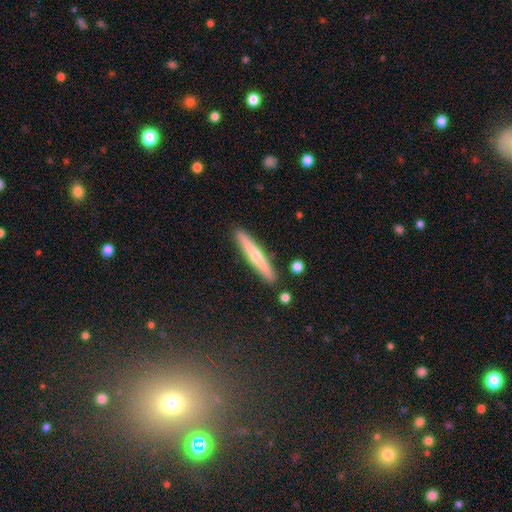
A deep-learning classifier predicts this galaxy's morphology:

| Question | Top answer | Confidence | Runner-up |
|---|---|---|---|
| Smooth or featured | featured or disk | 50% | smooth (44%) |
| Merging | none | 90% | minor disturbance (6%) |